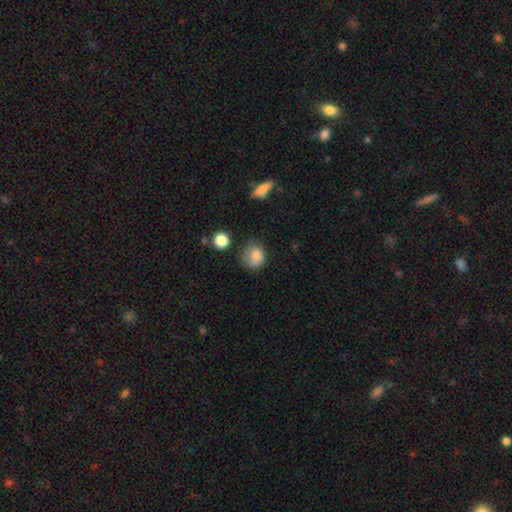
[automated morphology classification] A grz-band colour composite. It shows a smooth galaxy with no disk features (81%) that is round (71%). Merging: none (51%).